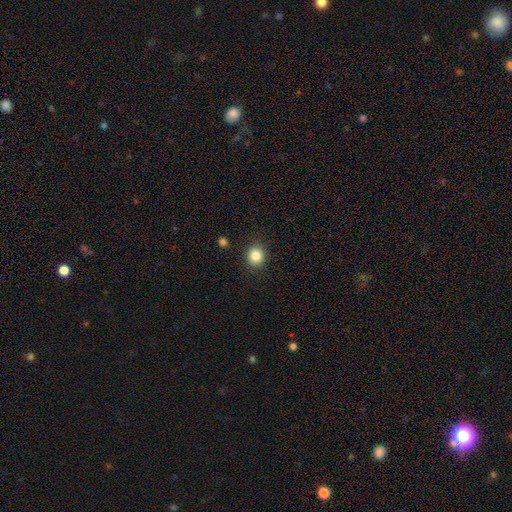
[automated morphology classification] A smooth galaxy with no disk features (84%) that is round (82%).

Vote fractions:
- Smooth or featured? smooth: 84% / star or artifact: 11% / featured or disk: 5%
- How rounded? round: 82% / in between: 17% / cigar-shaped: 1%
- Merging? none: 89% / minor disturbance: 7% / major disturbance: 2% / merger: 1%